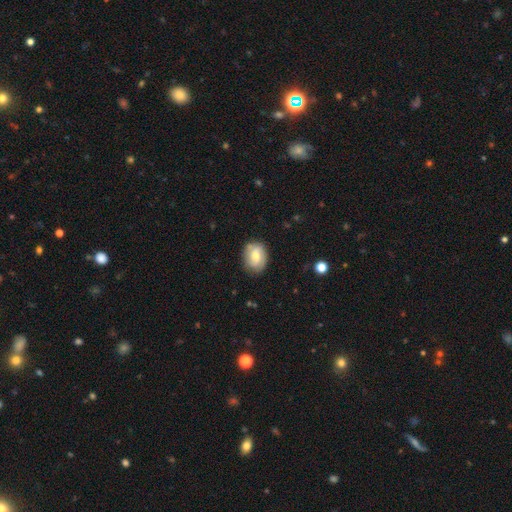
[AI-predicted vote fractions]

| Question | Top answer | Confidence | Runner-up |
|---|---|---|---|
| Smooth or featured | smooth | 62% | featured or disk (31%) |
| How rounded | in between | 62% | round (37%) |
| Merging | none | 76% | minor disturbance (18%) |